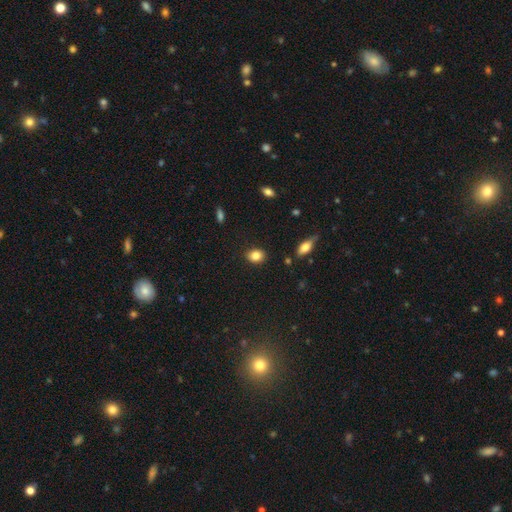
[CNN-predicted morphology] Smooth or featured? Predicted: smooth (p=0.85). How rounded? Predicted: in between (p=0.56). Merging? Predicted: none (p=0.87).